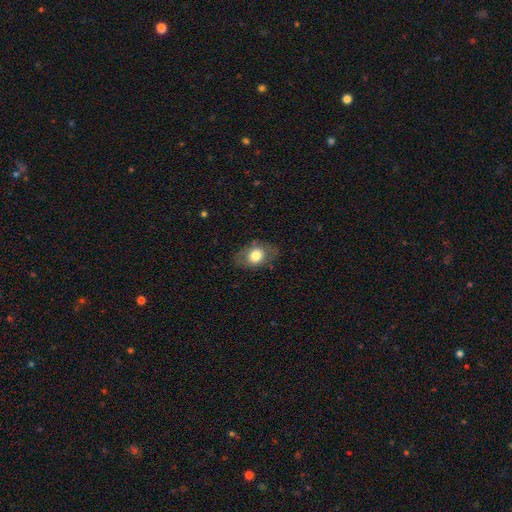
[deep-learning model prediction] Q: Smooth or featured?
A: smooth (70%); runner-up: featured or disk (23%)
Q: How rounded?
A: in between (77%); runner-up: round (22%)
Q: Merging?
A: none (76%); runner-up: minor disturbance (16%)